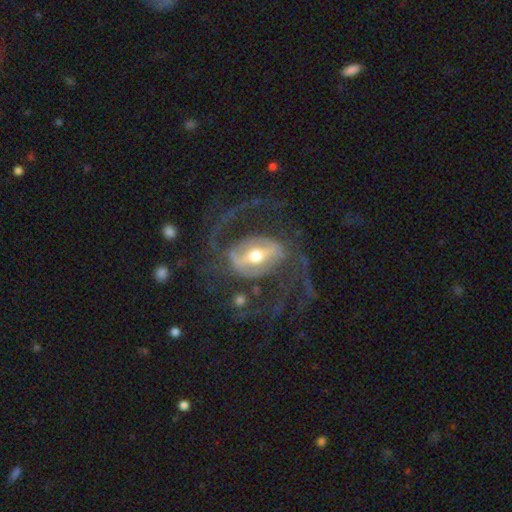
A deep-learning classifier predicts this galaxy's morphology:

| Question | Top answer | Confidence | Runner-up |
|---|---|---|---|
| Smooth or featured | featured or disk | 90% | smooth (5%) |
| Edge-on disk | no | 96% | yes (4%) |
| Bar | strong | 59% | weak (30%) |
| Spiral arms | yes | 94% | no (6%) |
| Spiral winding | medium | 50% | loose (37%) |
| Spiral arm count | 2 | 82% | 3 (6%) |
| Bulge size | moderate | 68% | small (19%) |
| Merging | none | 63% | major disturbance (21%) |